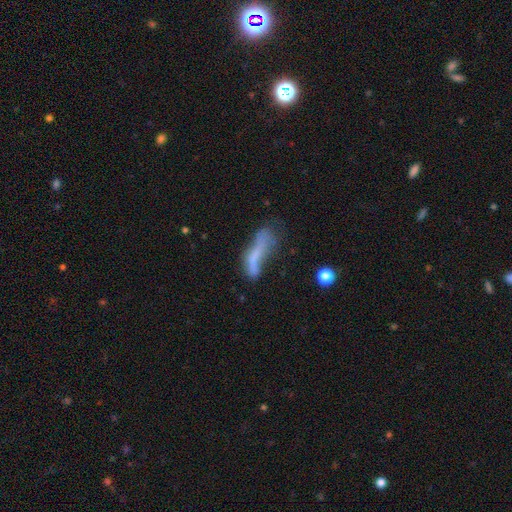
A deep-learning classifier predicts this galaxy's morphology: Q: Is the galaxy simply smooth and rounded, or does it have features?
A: smooth — 51%.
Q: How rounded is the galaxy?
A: cigar-shaped — 64%.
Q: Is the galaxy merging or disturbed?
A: major disturbance — 33%.